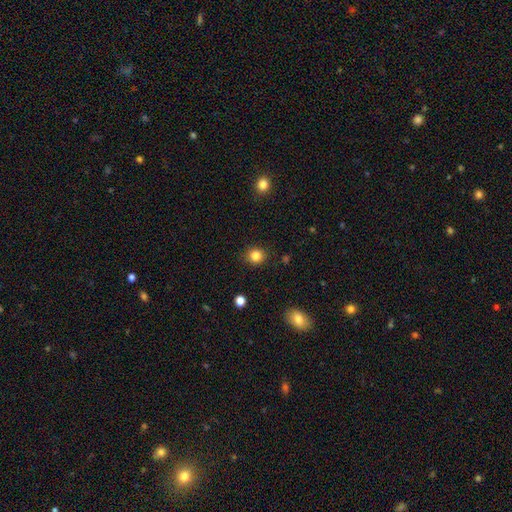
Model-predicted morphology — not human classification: A smooth galaxy with no disk features (85%) that is round (85%). Merging: none (89%).